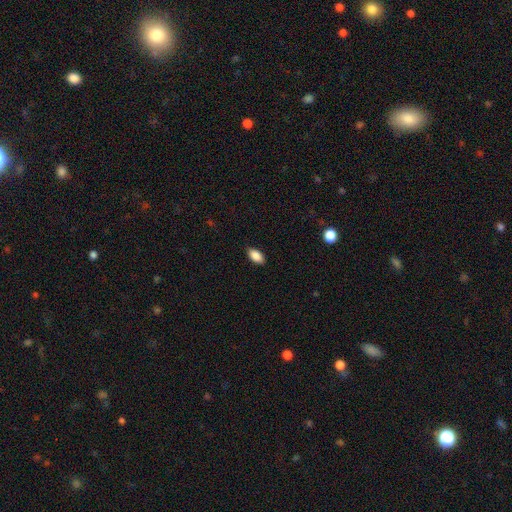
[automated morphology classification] Q: Smooth or featured?
A: smooth (88%); runner-up: star or artifact (7%)
Q: How rounded?
A: in between (93%); runner-up: cigar-shaped (4%)
Q: Merging?
A: none (88%); runner-up: minor disturbance (9%)